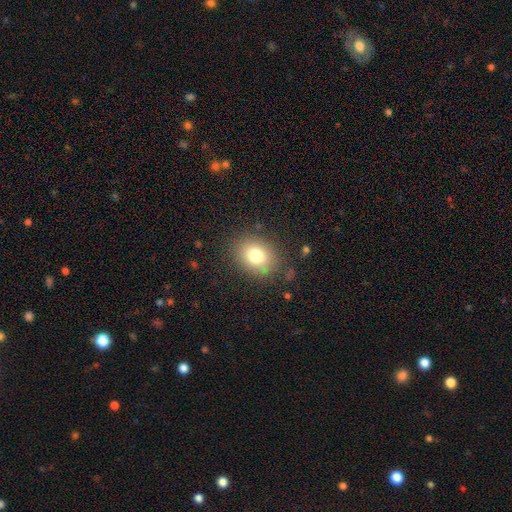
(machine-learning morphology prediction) smooth_or_featured: smooth (p=0.78) [alt: star or artifact p=0.11]
how_rounded: round (p=0.56) [alt: in between p=0.43]
merging: none (p=0.84) [alt: minor disturbance p=0.10]